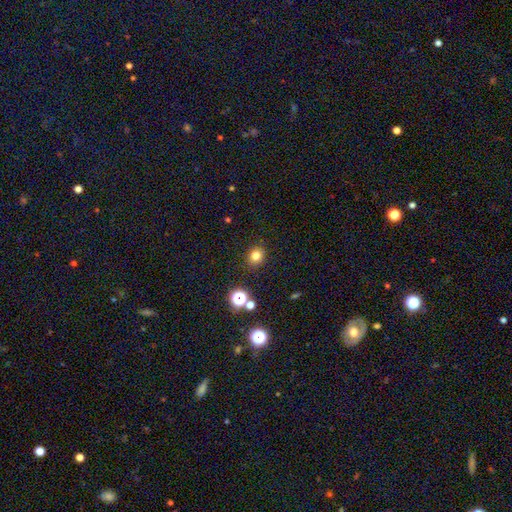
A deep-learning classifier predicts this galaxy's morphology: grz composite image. It shows a smooth galaxy with no disk features (78%) that is round (72%). Merging: none (88%).